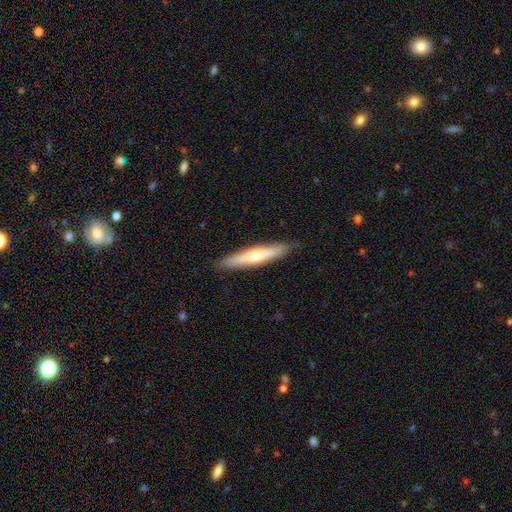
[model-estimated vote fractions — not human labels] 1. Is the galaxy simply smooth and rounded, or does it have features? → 48% featured or disk, 47% smooth, 6% star or artifact.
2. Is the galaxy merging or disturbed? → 88% none, 9% minor disturbance, 2% major disturbance, 1% merger.